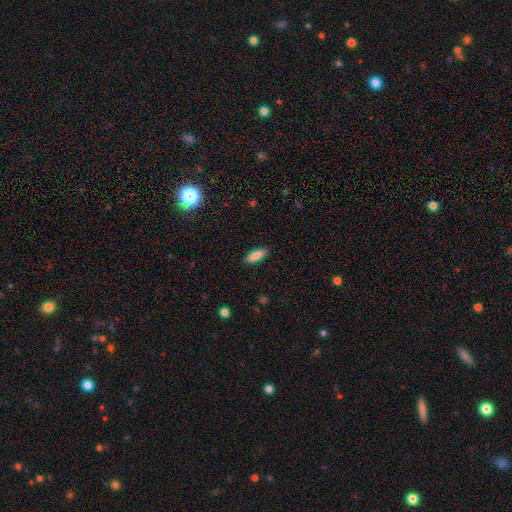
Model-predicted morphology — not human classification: Smooth or featured? Predicted: smooth (p=0.83). How rounded? Predicted: in between (p=0.52). Merging? Predicted: none (p=0.88).